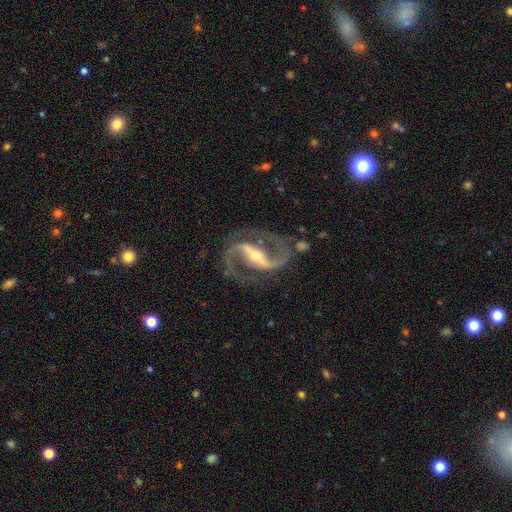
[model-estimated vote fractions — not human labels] smooth_or_featured: featured or disk (p=0.94) [alt: star or artifact p=0.04]
disk_edge_on: no (p=0.97) [alt: yes p=0.03]
bar: strong (p=0.67) [alt: weak p=0.23]
has_spiral_arms: yes (p=0.98) [alt: no p=0.02]
spiral_winding: medium (p=0.65) [alt: loose p=0.22]
spiral_arm_count: 2 (p=0.95) [alt: can't tell p=0.01]
bulge_size: small (p=0.52) [alt: moderate p=0.43]
merging: none (p=0.81) [alt: minor disturbance p=0.11]